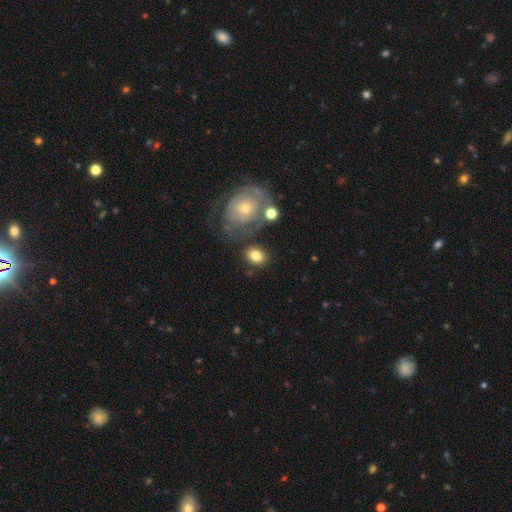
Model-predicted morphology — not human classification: Smooth or featured? Predicted: smooth (p=0.77). How rounded? Predicted: in between (p=0.53). Merging? Predicted: none (p=0.69).